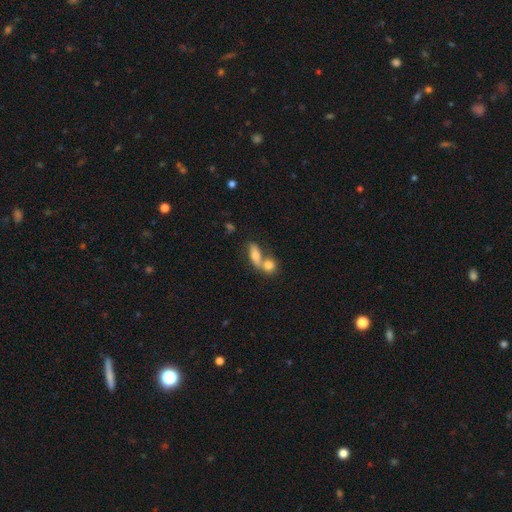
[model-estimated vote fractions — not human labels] Overall: smooth (68%). How rounded: in between (67%). Merging: merger (62%; none 26%).